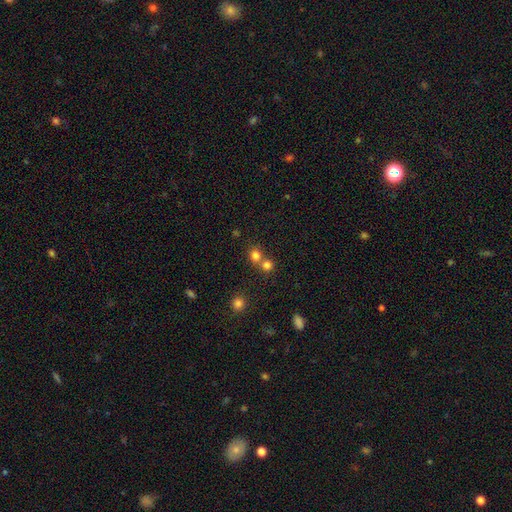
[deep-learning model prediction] Smooth or featured? smooth (78%)
How rounded? round (84%)
Merging? none (48%)